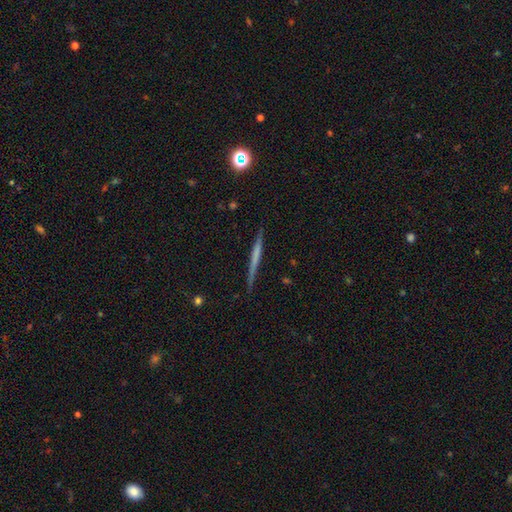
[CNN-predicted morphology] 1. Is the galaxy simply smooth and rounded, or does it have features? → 51% featured or disk, 42% smooth, 7% star or artifact.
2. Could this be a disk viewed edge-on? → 97% yes, 3% no.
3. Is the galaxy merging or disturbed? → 86% none, 11% minor disturbance, 2% major disturbance, 2% merger.